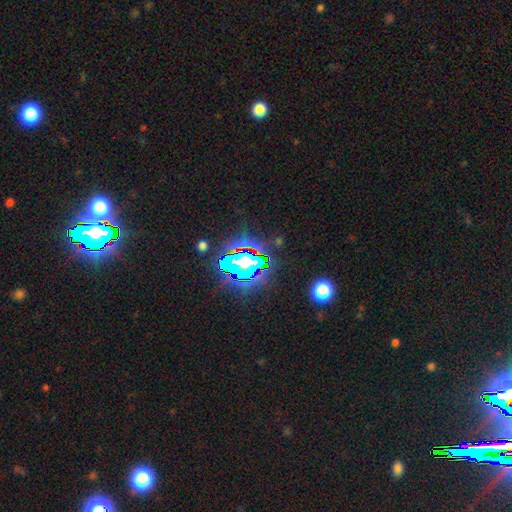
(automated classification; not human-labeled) star or artifact 68%, smooth 16%, featured or disk 15%.